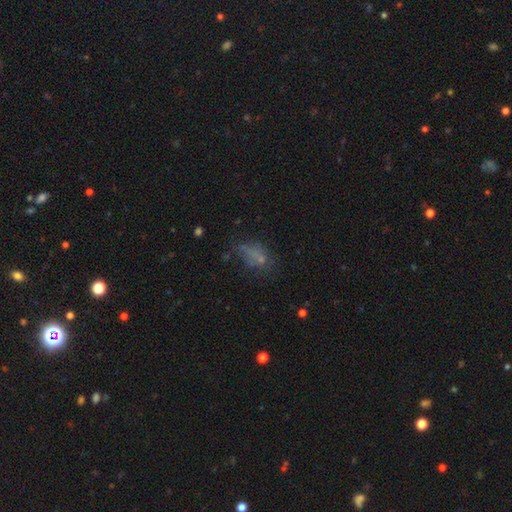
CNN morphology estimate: A smooth galaxy with no disk features (53%) that is in between round and cigar-shaped (79%).

Vote fractions:
- Smooth or featured? smooth: 53% / star or artifact: 23% / featured or disk: 23%
- How rounded? in between: 79% / round: 13% / cigar-shaped: 8%
- Merging? none: 39% / major disturbance: 30% / minor disturbance: 24% / merger: 7%